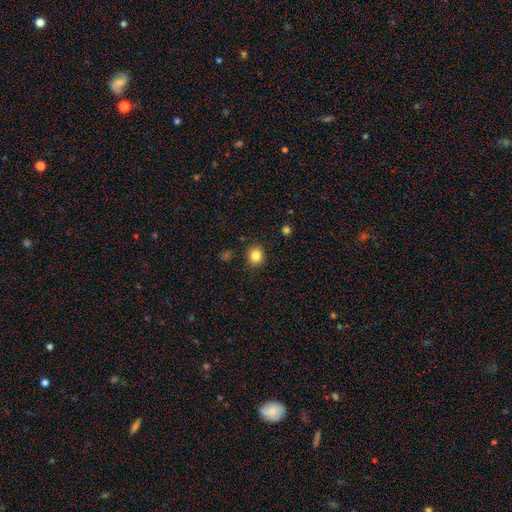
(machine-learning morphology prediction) Overall: smooth (83%). How rounded: round (80%). Merging: none (87%).